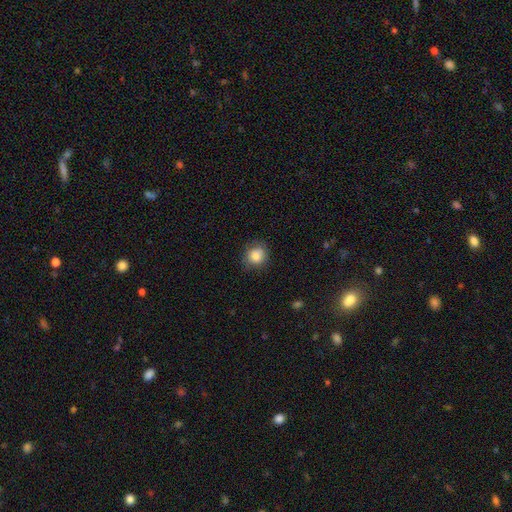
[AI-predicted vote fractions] A smooth galaxy with no disk features (81%) that is round (80%).

Vote fractions:
- Smooth or featured? smooth: 81% / star or artifact: 10% / featured or disk: 9%
- How rounded? round: 80% / in between: 19% / cigar-shaped: 1%
- Merging? none: 80% / minor disturbance: 15% / major disturbance: 4% / merger: 1%